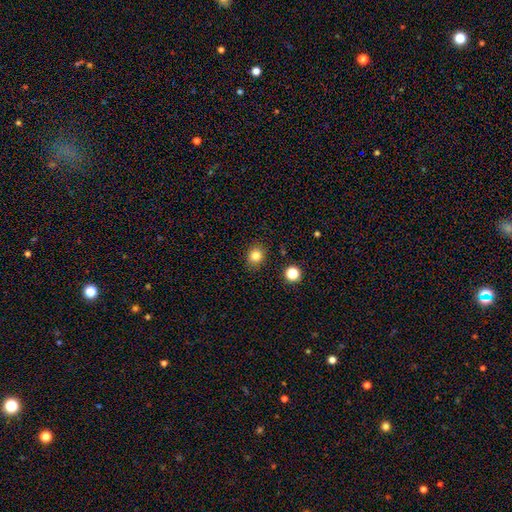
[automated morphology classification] A smooth galaxy with no disk features (82%) that is round (73%).

Vote fractions:
- Smooth or featured? smooth: 82% / star or artifact: 12% / featured or disk: 6%
- How rounded? round: 73% / in between: 27% / cigar-shaped: 1%
- Merging? none: 89% / minor disturbance: 8% / major disturbance: 2% / merger: 2%